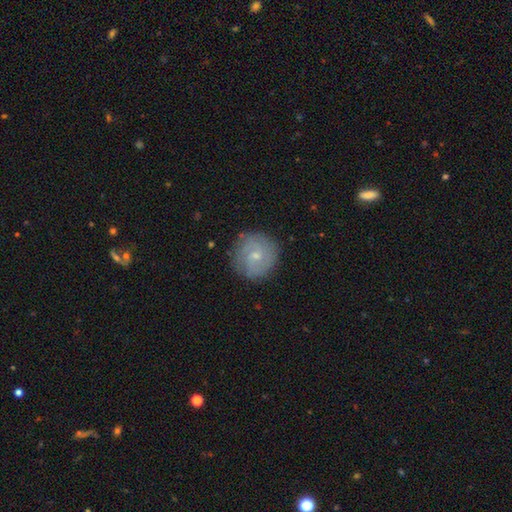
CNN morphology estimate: A featured or disk galaxy (58%) with no bar (59%), spiral arms (84%) and a small central bulge (64%).

Vote fractions:
- Smooth or featured? featured or disk: 58% / smooth: 35% / star or artifact: 7%
- Edge-on disk? no: 97% / yes: 3%
- Bar? no: 59% / weak: 36% / strong: 5%
- Spiral arms? yes: 84% / no: 16%
- Bulge size? small: 64% / moderate: 32% / none: 2% / large: 1% / dominant: 1%
- Merging? none: 83% / minor disturbance: 13% / major disturbance: 4% / merger: 1%